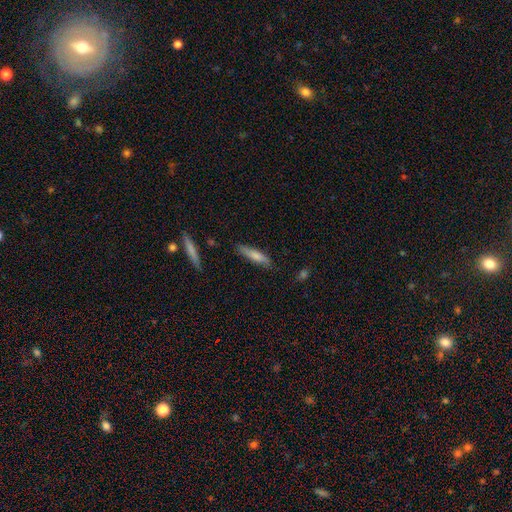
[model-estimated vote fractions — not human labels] Overall: smooth (71%). How rounded: cigar-shaped (81%). Merging: none (78%).